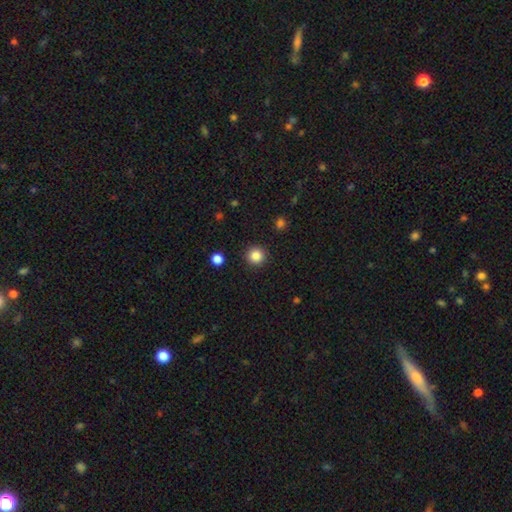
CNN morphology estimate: Smooth or featured: smooth — 85% (star or artifact — 11%)
How rounded: round — 95% (in between — 4%)
Merging: none — 92% (minor disturbance — 5%)